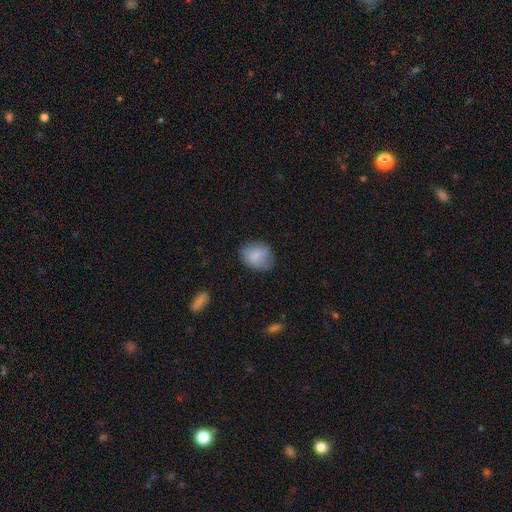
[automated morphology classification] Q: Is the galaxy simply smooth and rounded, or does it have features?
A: smooth — 80%.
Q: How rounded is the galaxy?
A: round — 51%.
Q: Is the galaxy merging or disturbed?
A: none — 69%.